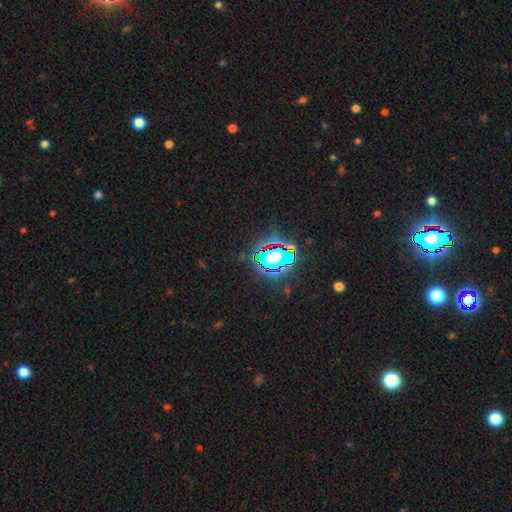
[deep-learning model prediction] A star or artifact, not a galaxy (83%).

Vote fractions:
- Smooth or featured? star or artifact: 83% / smooth: 10% / featured or disk: 7%